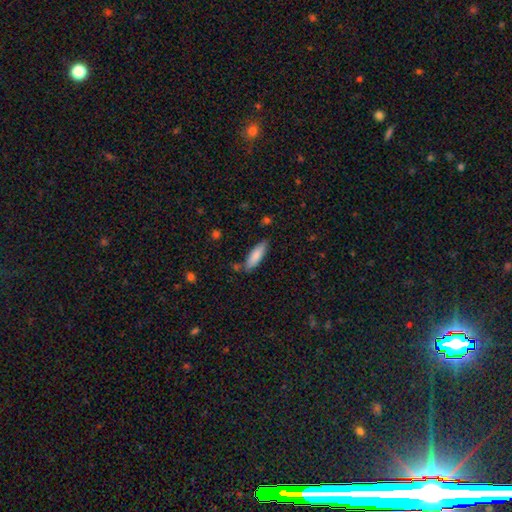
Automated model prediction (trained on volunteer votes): Smooth or featured? Predicted: smooth (p=0.83). How rounded? Predicted: cigar-shaped (p=0.50). Merging? Predicted: none (p=0.78).